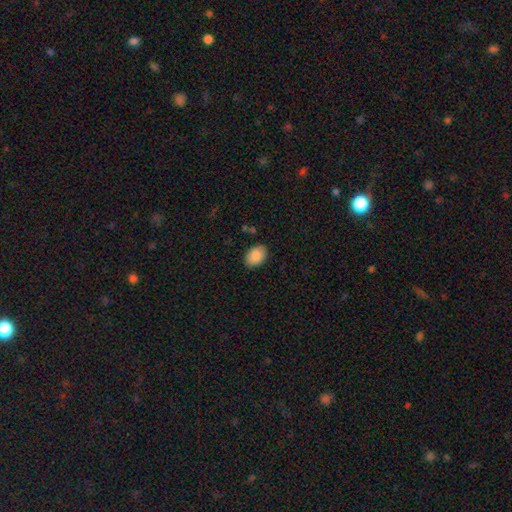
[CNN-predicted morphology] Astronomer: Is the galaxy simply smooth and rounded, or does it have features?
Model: smooth — 89%.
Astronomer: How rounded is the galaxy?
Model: in between — 81%.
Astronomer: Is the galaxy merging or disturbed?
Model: none — 86%.